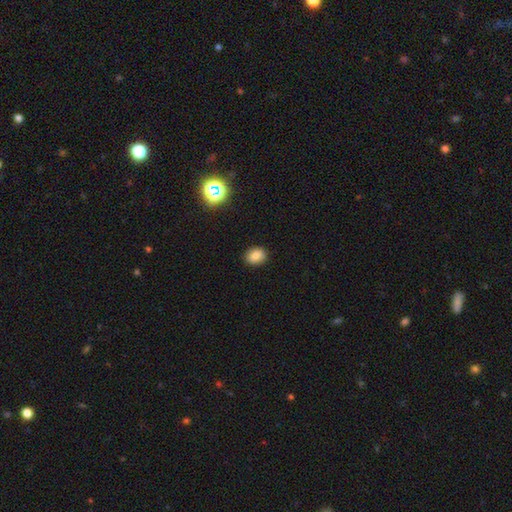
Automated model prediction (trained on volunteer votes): A smooth galaxy with no disk features (83%) that is in between round and cigar-shaped (53%).

Vote fractions:
- Smooth or featured? smooth: 83% / star or artifact: 12% / featured or disk: 6%
- How rounded? in between: 53% / round: 46% / cigar-shaped: 1%
- Merging? none: 89% / minor disturbance: 8% / major disturbance: 2% / merger: 1%